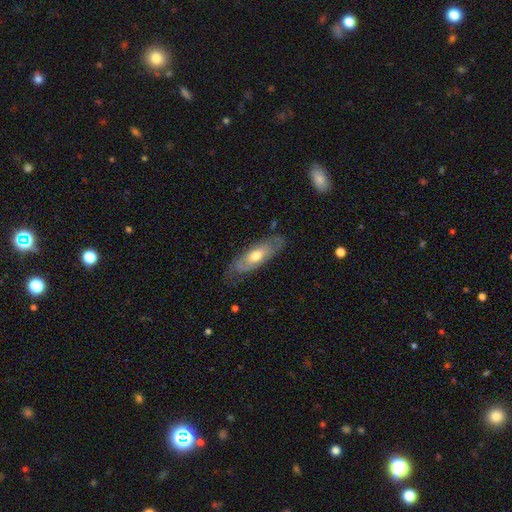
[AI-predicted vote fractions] smooth_or_featured: featured or disk (p=0.50) [alt: smooth p=0.45]
merging: none (p=0.70) [alt: minor disturbance p=0.21]